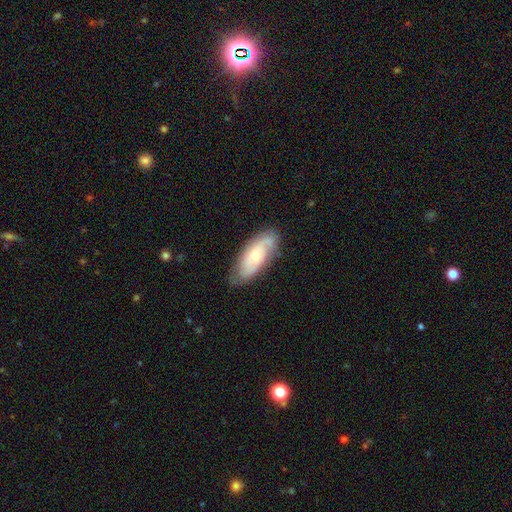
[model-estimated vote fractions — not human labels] Smooth or featured?
  - featured or disk: 62% *
  - smooth: 31%
  - star or artifact: 7%
Edge-on disk?
  - no: 86% *
  - yes: 14%
Bar?
  - no: 72% *
  - weak: 22%
  - strong: 6%
Spiral arms?
  - yes: 82% *
  - no: 18%
Bulge size?
  - moderate: 50% *
  - small: 45%
  - large: 3%
  - none: 1%
  - dominant: 1%
Merging?
  - none: 78% *
  - minor disturbance: 17%
  - major disturbance: 4%
  - merger: 1%